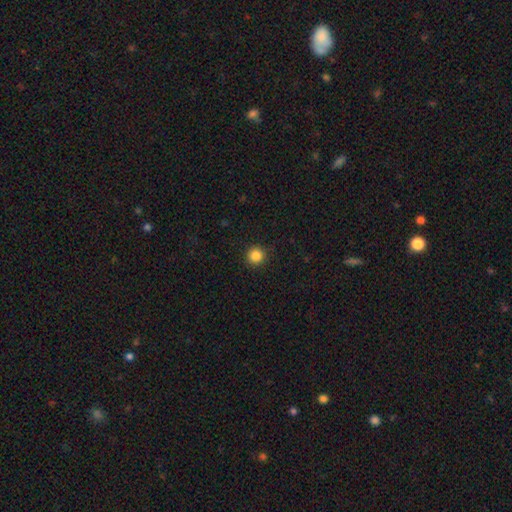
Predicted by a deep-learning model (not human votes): Smooth or featured? Predicted: smooth (p=0.85). How rounded? Predicted: round (p=0.95). Merging? Predicted: none (p=0.92).